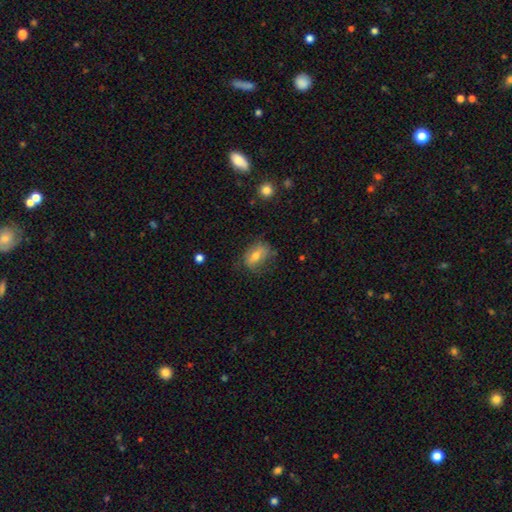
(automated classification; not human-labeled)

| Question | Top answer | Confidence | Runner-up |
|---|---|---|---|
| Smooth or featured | smooth | 63% | featured or disk (27%) |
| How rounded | in between | 77% | round (20%) |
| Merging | none | 62% | minor disturbance (26%) |